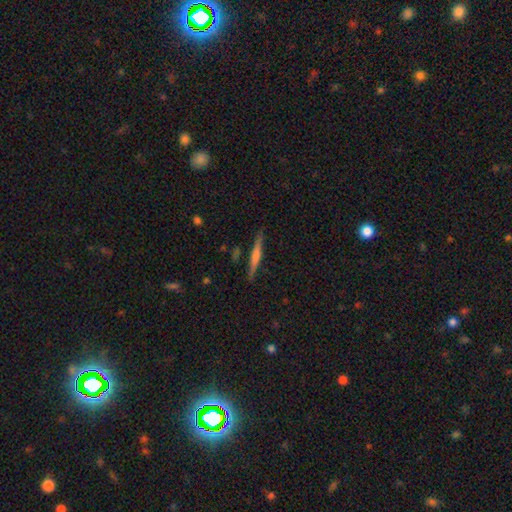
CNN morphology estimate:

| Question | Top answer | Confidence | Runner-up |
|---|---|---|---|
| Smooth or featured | featured or disk | 59% | smooth (35%) |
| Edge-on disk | yes | 97% | no (3%) |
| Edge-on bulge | rounded | 47% | none (33%) |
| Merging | none | 89% | minor disturbance (8%) |